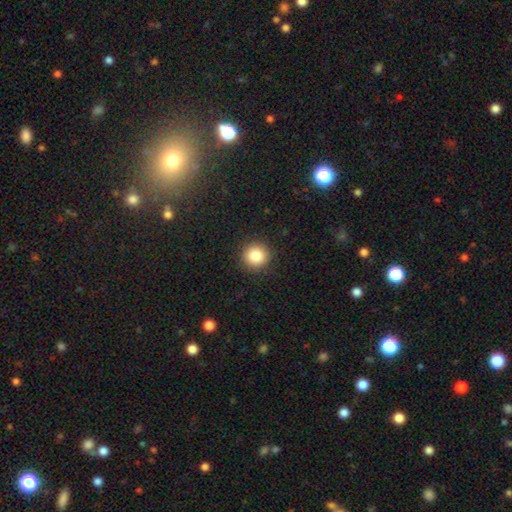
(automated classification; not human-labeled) Overall: smooth (86%). How rounded: round (94%). Merging: none (91%).